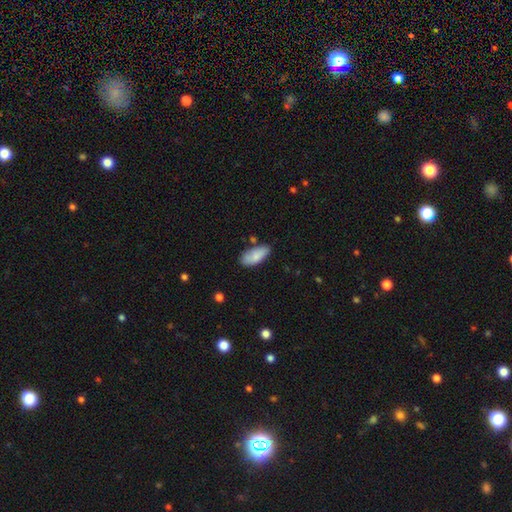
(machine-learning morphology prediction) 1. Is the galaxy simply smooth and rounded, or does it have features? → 82% smooth, 12% featured or disk, 6% star or artifact.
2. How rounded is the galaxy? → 88% in between, 10% cigar-shaped, 2% round.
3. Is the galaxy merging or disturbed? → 70% none, 22% minor disturbance, 5% merger, 4% major disturbance.